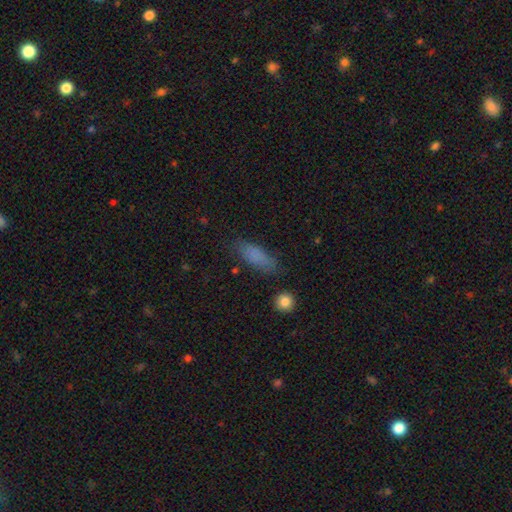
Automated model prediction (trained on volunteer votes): Overall: smooth (81%). How rounded: in between (61%; cigar-shaped 36%). Merging: none (74%).